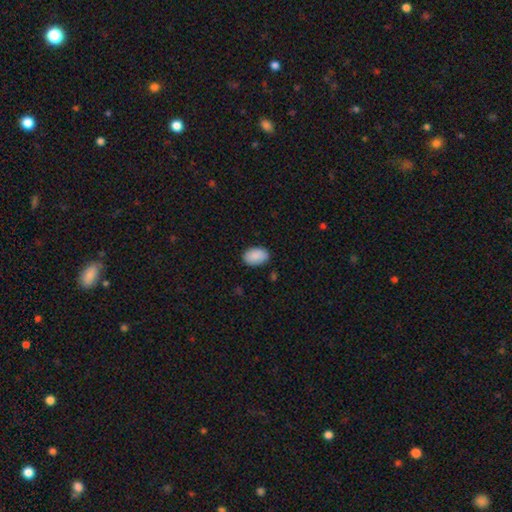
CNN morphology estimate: Q: Smooth or featured?
A: smooth (90%); runner-up: star or artifact (6%)
Q: How rounded?
A: in between (88%); runner-up: round (11%)
Q: Merging?
A: none (85%); runner-up: minor disturbance (12%)